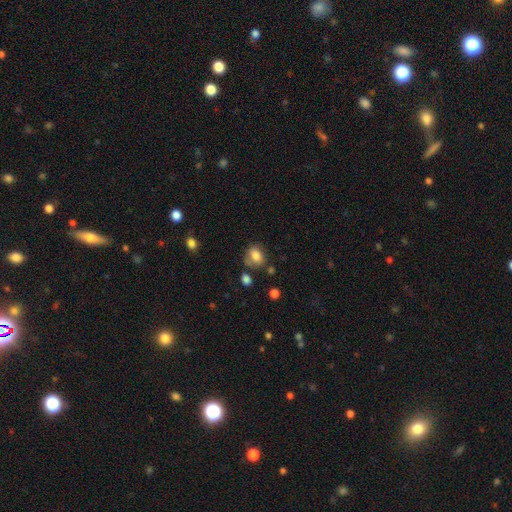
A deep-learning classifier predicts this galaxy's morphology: Q: Smooth or featured?
A: smooth (80%); runner-up: star or artifact (10%)
Q: How rounded?
A: in between (59%); runner-up: round (40%)
Q: Merging?
A: none (58%); runner-up: minor disturbance (23%)